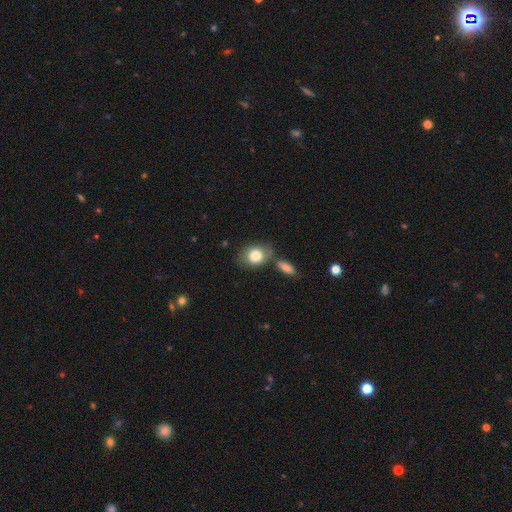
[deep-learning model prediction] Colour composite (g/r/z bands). It shows a smooth galaxy with no disk features (80%) that is in between round and cigar-shaped (58%). Merging: none (58%).